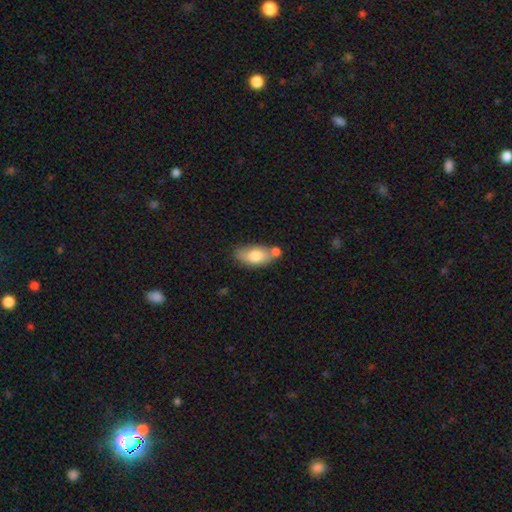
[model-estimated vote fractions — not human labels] Morphology: type=smooth (75%); roundness=in between (89%); merging=none (54%).